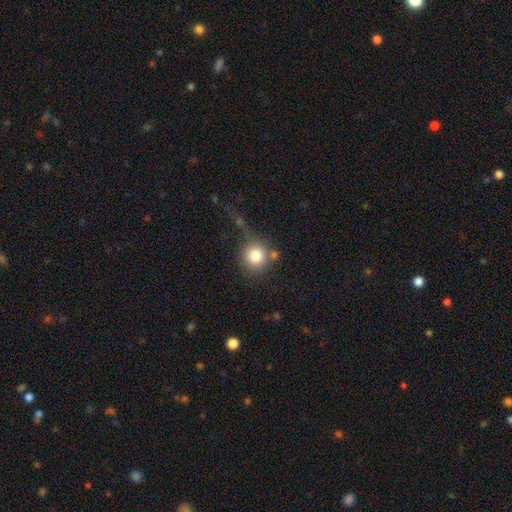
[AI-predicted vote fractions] A smooth galaxy with no disk features (80%) that is round (91%). Merging: none (52%).